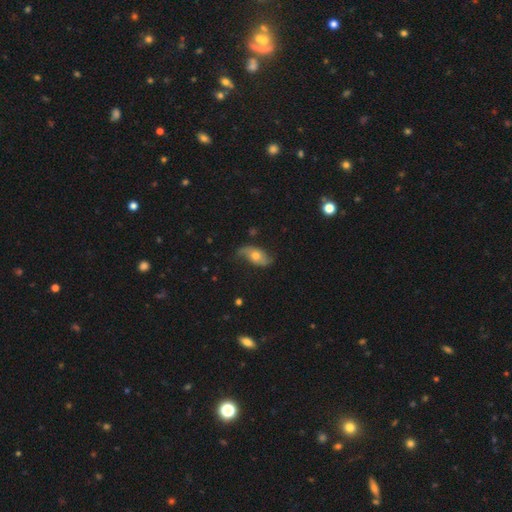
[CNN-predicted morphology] smooth_or_featured: featured or disk (p=0.51) [alt: smooth p=0.41]
disk_edge_on: no (p=0.86) [alt: yes p=0.14]
merging: none (p=0.64) [alt: minor disturbance p=0.25]